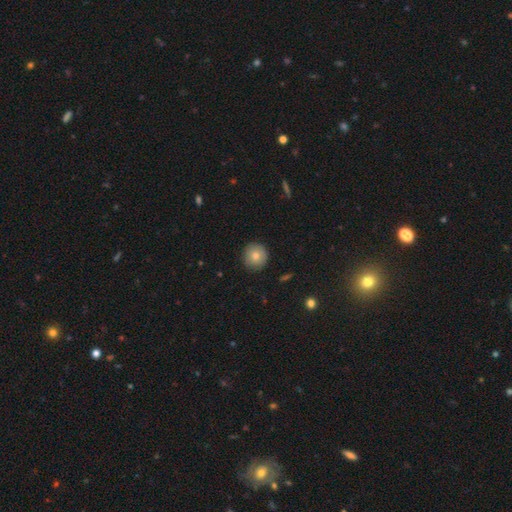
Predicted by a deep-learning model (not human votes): Q: Smooth or featured?
A: smooth (80%); runner-up: featured or disk (11%)
Q: How rounded?
A: round (94%); runner-up: in between (5%)
Q: Merging?
A: none (90%); runner-up: minor disturbance (8%)